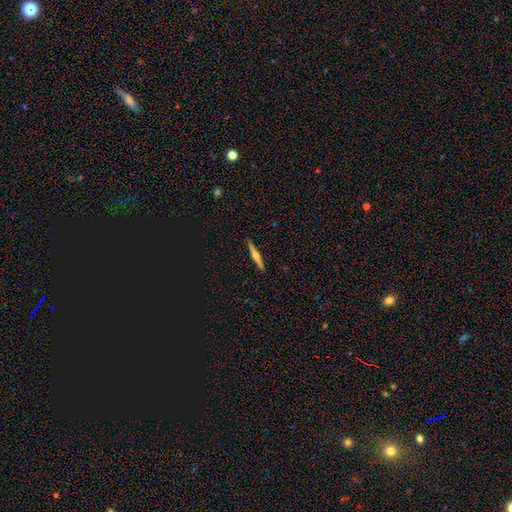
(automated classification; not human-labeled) featured or disk 65%, smooth 28%, star or artifact 6%. Down the decision tree: edge-on disk — yes (98%); edge-on bulge — rounded (88%); merging — none (92%).